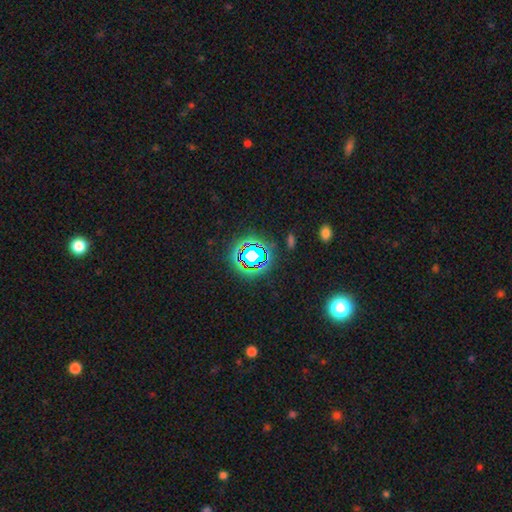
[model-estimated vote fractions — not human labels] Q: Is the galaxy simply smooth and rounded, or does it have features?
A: star or artifact — 76%.